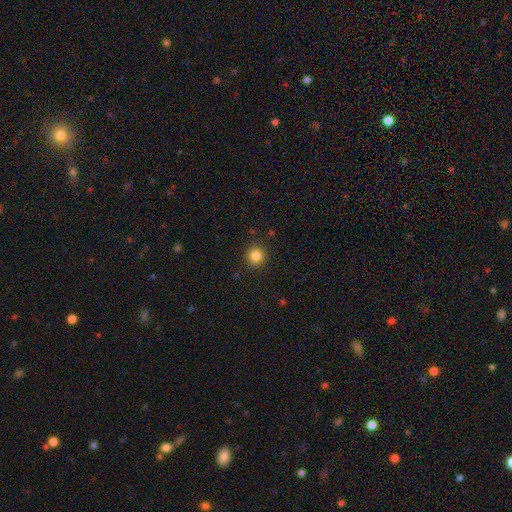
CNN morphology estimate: Smooth or featured? smooth (84%)
How rounded? round (92%)
Merging? none (90%)